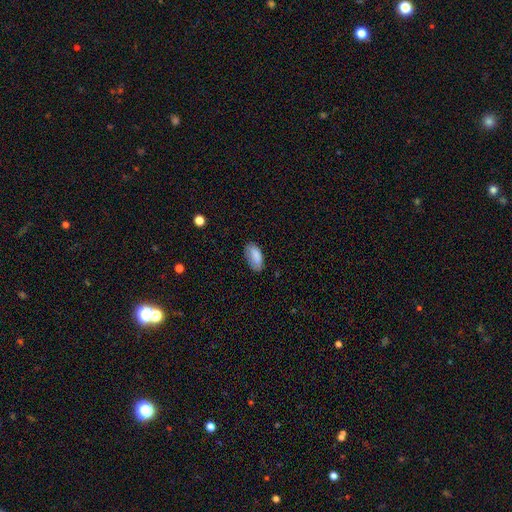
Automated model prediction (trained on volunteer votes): The model was most divided on "merging": none: 70%, minor disturbance: 24%, major disturbance: 6%, merger: 1%. More confident: how rounded — in between (92%); smooth or featured — smooth (85%).